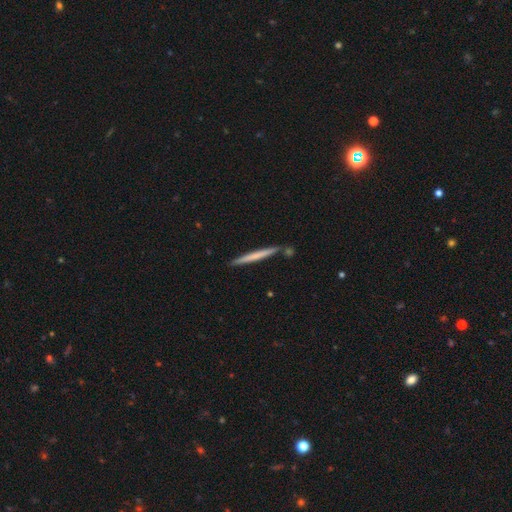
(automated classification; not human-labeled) Morphology: type=smooth (55%); roundness=cigar-shaped (97%); merging=none (86%).